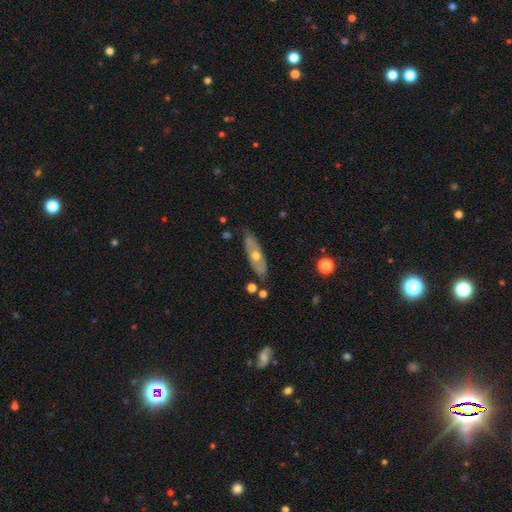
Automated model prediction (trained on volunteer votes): Smooth or featured? Predicted: featured or disk (p=0.55). Edge-on disk? Predicted: no (p=0.62). Merging? Predicted: none (p=0.74).